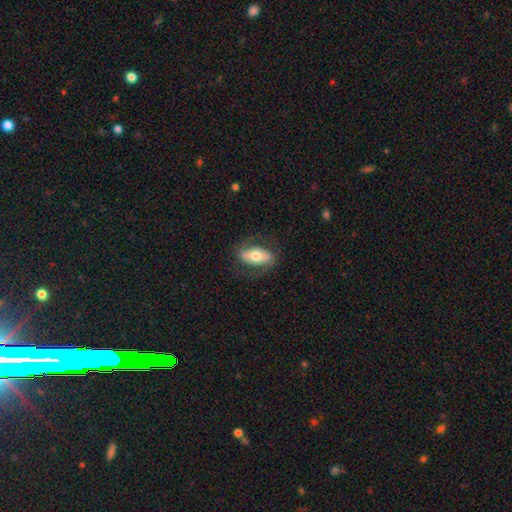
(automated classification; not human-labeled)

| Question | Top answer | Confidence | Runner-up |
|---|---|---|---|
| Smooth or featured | smooth | 49% | featured or disk (45%) |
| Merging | none | 75% | minor disturbance (16%) |